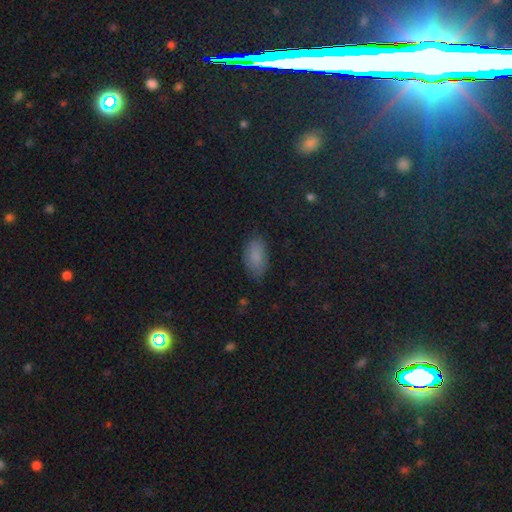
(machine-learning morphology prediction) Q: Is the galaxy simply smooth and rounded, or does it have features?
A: smooth — 80%.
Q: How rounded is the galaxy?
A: in between — 94%.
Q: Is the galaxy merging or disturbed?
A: none — 77%.